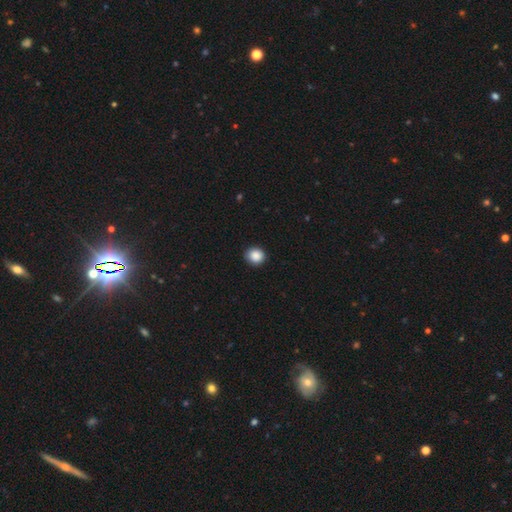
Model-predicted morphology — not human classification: type=smooth (88%); roundness=round (83%); merging=none (89%).